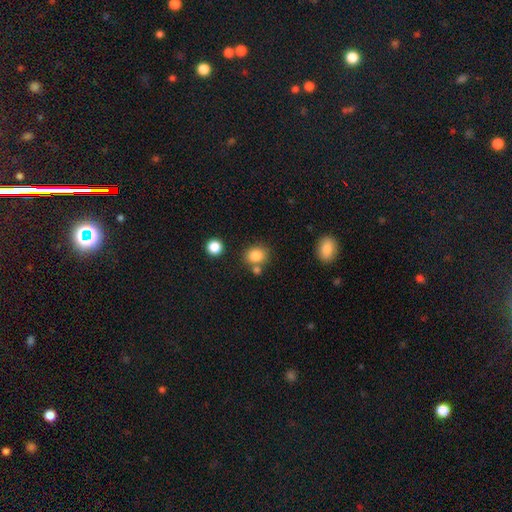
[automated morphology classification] Overall: smooth (83%). How rounded: round (67%; in between 32%). Merging: none (68%).